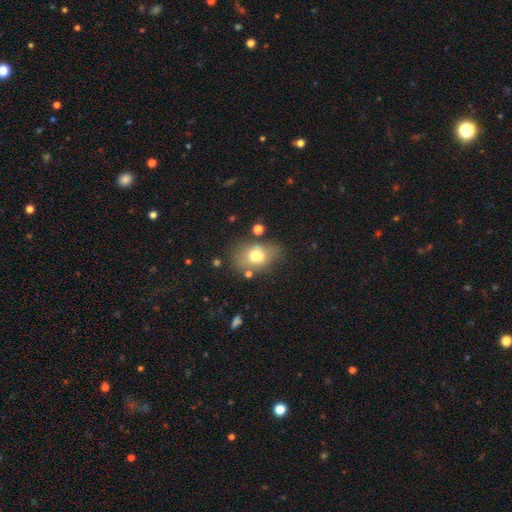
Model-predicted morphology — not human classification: Smooth or featured? Predicted: smooth (p=0.66). How rounded? Predicted: in between (p=0.75). Merging? Predicted: none (p=0.56).